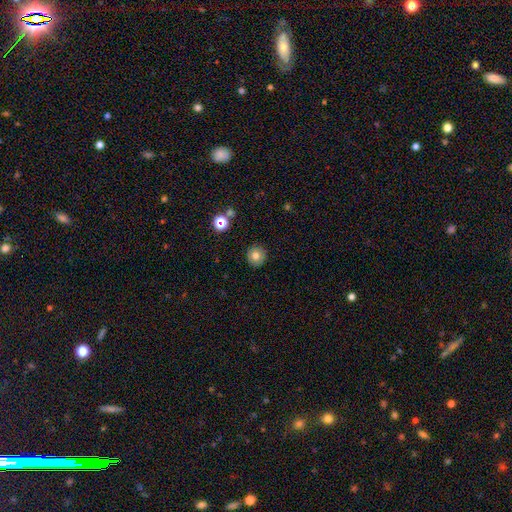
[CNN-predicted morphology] Overall: smooth (74%). How rounded: round (94%). Merging: none (91%).